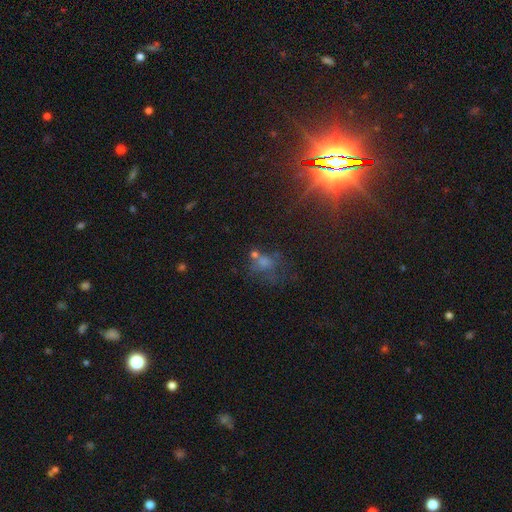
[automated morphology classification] Smooth or featured? star or artifact (43%)